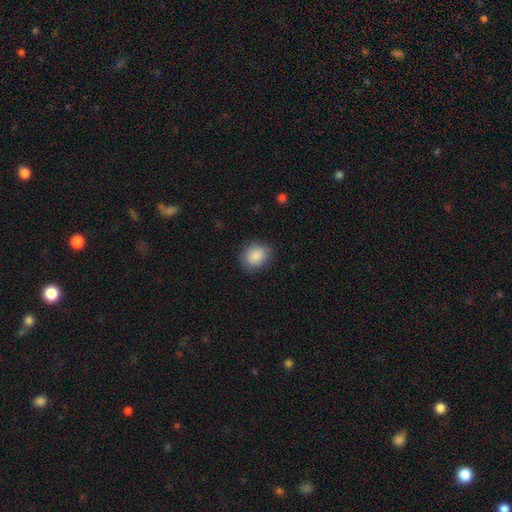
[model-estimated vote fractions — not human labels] Smooth or featured? smooth (88%)
How rounded? round (52%)
Merging? none (85%)